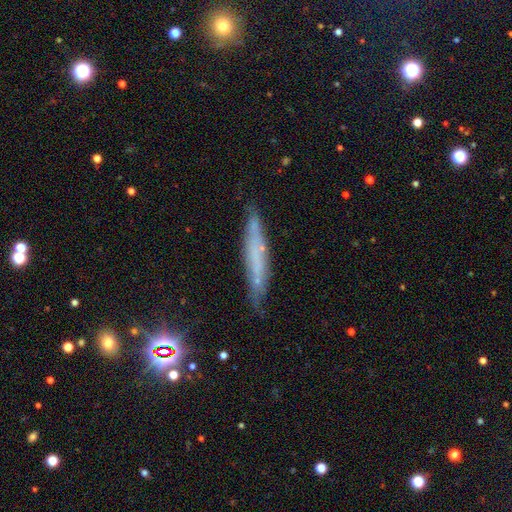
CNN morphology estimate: A featured or disk galaxy (46%).

Vote fractions:
- Smooth or featured? featured or disk: 46% / smooth: 40% / star or artifact: 14%
- Merging? none: 75% / minor disturbance: 19% / major disturbance: 4% / merger: 2%